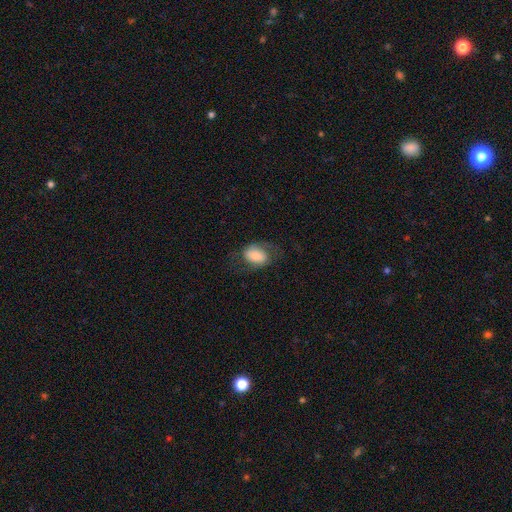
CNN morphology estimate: Overall: smooth (60%; featured or disk 32%). How rounded: in between (80%). Merging: none (60%; minor disturbance 21%).